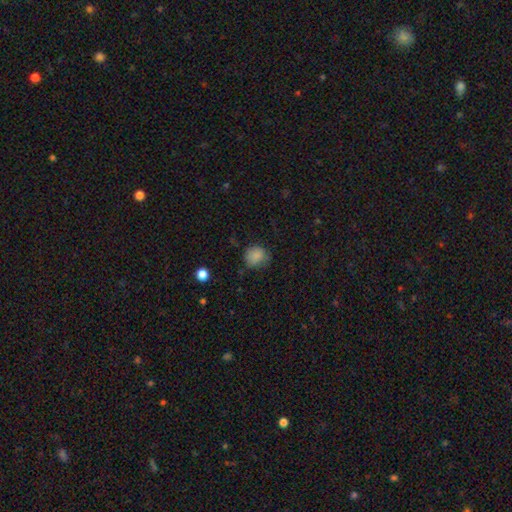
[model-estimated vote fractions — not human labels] Smooth or featured: smooth — 84% (star or artifact — 11%)
How rounded: round — 78% (in between — 21%)
Merging: none — 70% (minor disturbance — 23%)